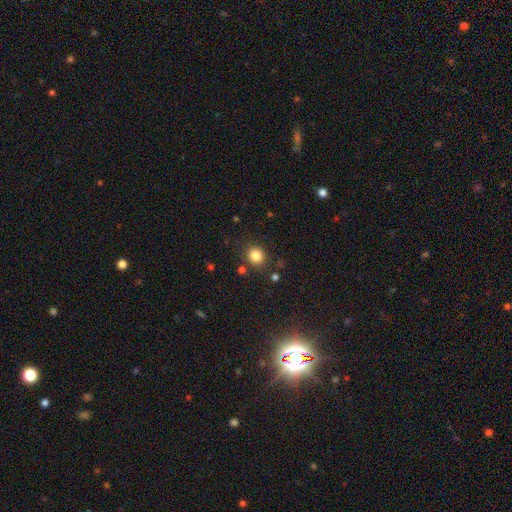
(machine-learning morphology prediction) The model was most divided on "how rounded": round: 80%, in between: 19%, cigar-shaped: 1%. More confident: merging — none (85%); smooth or featured — smooth (83%).